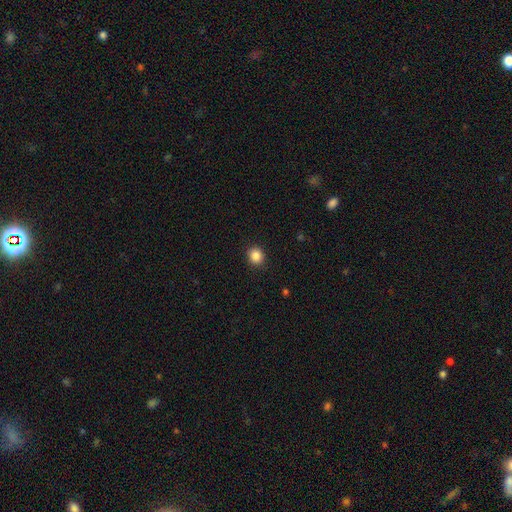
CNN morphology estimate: The model was most divided on "how rounded": round: 80%, in between: 19%, cigar-shaped: 1%. More confident: merging — none (91%); smooth or featured — smooth (87%).